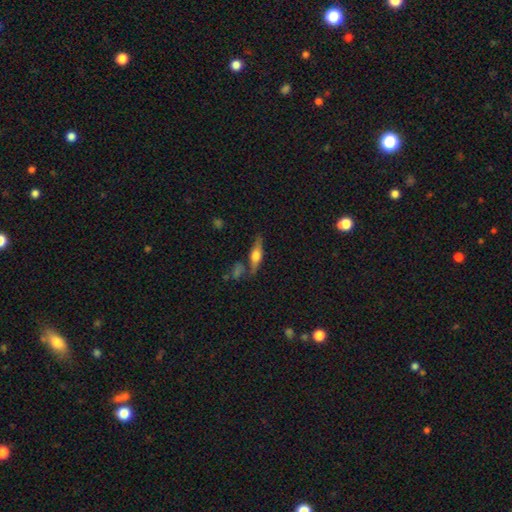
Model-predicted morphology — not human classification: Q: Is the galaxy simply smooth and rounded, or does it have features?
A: featured or disk — 62%.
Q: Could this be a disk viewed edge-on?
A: yes — 95%.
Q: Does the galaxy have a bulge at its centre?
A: rounded — 92%.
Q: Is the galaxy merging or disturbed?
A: none — 76%.